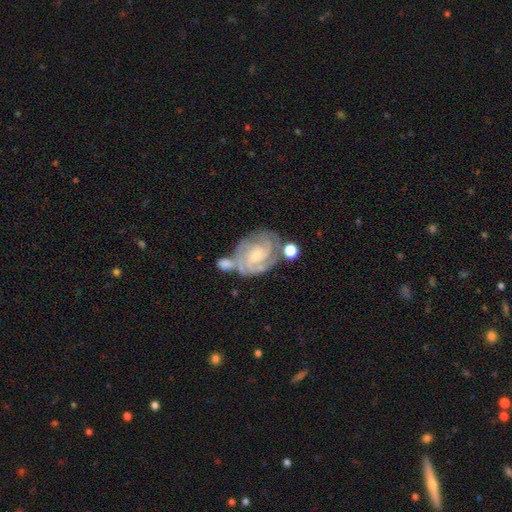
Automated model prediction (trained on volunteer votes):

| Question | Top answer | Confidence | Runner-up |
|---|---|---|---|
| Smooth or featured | featured or disk | 84% | smooth (9%) |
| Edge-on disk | no | 97% | yes (3%) |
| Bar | no | 61% | weak (31%) |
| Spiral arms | yes | 96% | no (4%) |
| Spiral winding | tight | 68% | medium (27%) |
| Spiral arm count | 2 | 37% | 3 (27%) |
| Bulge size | small | 58% | moderate (31%) |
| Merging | none | 53% | merger (20%) |